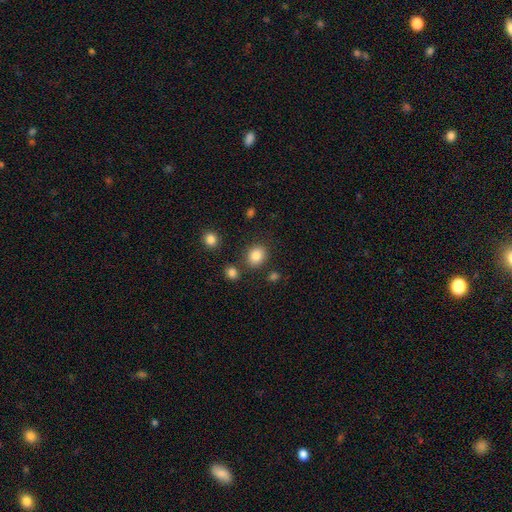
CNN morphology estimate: A smooth galaxy with no disk features (85%) that is round (66%).

Vote fractions:
- Smooth or featured? smooth: 85% / star or artifact: 10% / featured or disk: 5%
- How rounded? round: 66% / in between: 34% / cigar-shaped: 1%
- Merging? none: 80% / minor disturbance: 10% / merger: 6% / major disturbance: 4%